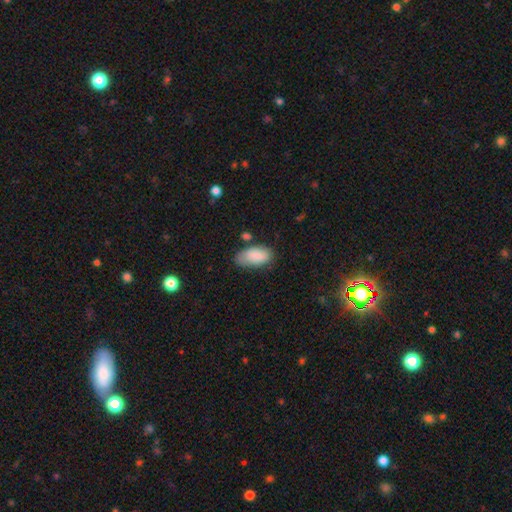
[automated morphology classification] smooth_or_featured: smooth (p=0.86) [alt: featured or disk p=0.07]
how_rounded: in between (p=0.93) [alt: cigar-shaped p=0.05]
merging: none (p=0.63) [alt: minor disturbance p=0.25]